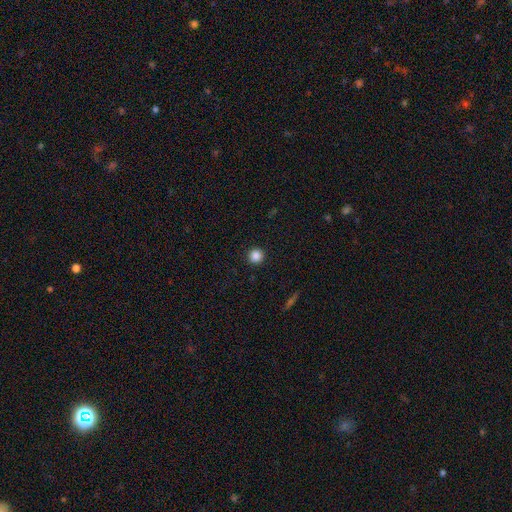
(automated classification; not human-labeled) Smooth or featured: smooth — 86% (star or artifact — 10%)
How rounded: round — 96% (in between — 3%)
Merging: none — 93% (minor disturbance — 4%)